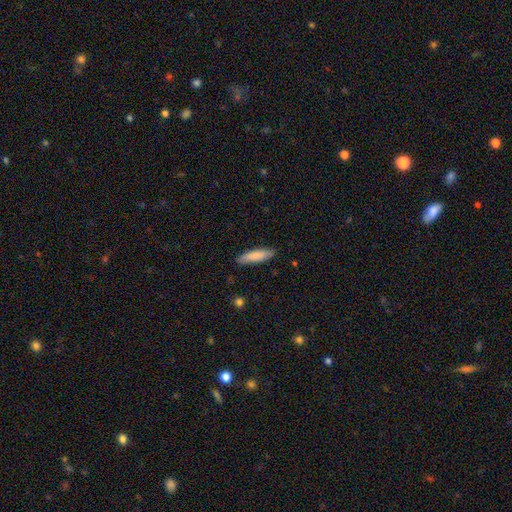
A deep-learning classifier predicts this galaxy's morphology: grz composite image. It shows a smooth galaxy with no disk features (82%) that is cigar-shaped (67%). Merging: none (85%).